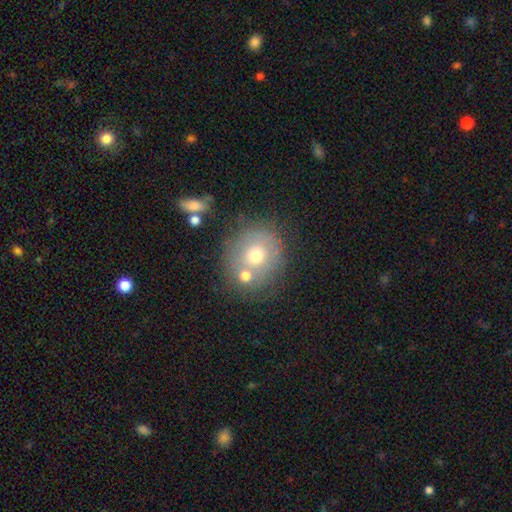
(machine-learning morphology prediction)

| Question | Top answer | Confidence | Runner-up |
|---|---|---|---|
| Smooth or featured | smooth | 61% | featured or disk (26%) |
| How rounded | round | 84% | in between (15%) |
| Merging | none | 60% | merger (20%) |